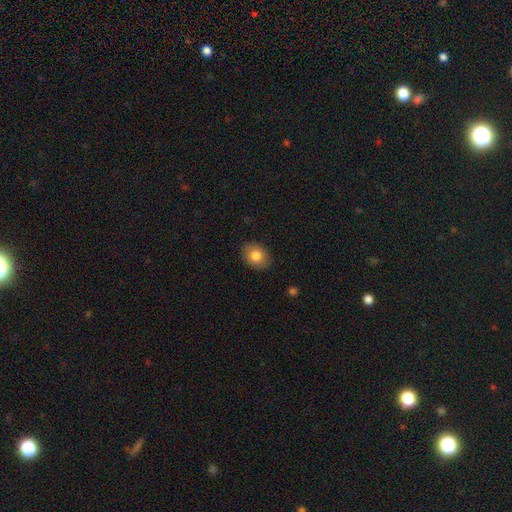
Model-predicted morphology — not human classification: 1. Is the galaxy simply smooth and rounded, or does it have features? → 81% smooth, 11% featured or disk, 8% star or artifact.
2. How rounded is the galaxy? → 62% in between, 37% round, 1% cigar-shaped.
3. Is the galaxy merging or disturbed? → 86% none, 10% minor disturbance, 2% major disturbance, 1% merger.